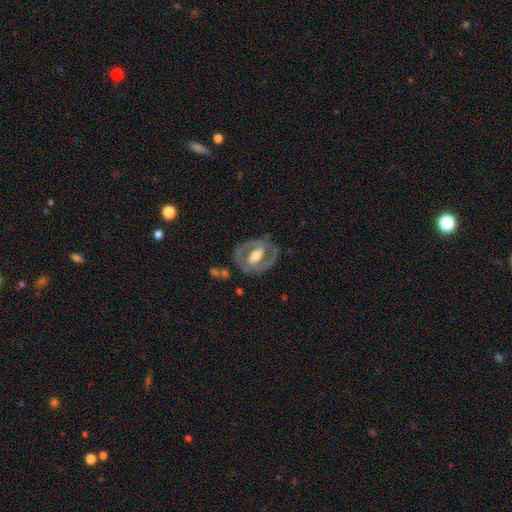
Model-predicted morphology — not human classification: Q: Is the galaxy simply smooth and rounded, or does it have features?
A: featured or disk — 85%.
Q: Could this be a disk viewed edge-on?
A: no — 96%.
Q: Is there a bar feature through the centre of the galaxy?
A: strong — 50%.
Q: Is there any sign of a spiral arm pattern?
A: yes — 86%.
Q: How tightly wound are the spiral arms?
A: medium — 49%.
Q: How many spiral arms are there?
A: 2 — 88%.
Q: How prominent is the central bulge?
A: moderate — 64%.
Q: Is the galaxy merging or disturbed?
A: none — 79%.